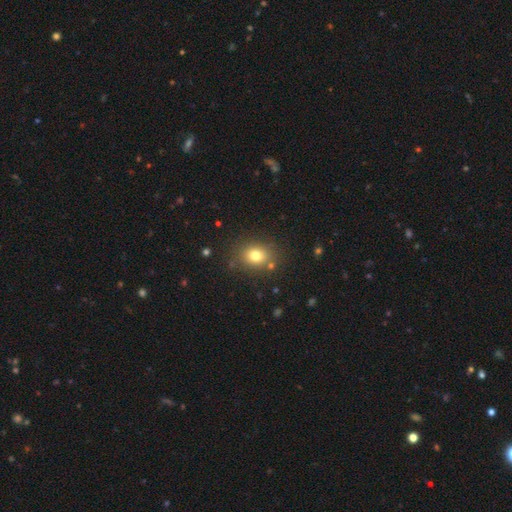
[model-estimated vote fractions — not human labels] smooth_or_featured: smooth (p=0.77) [alt: star or artifact p=0.13]
how_rounded: round (p=0.53) [alt: in between p=0.46]
merging: none (p=0.80) [alt: minor disturbance p=0.11]